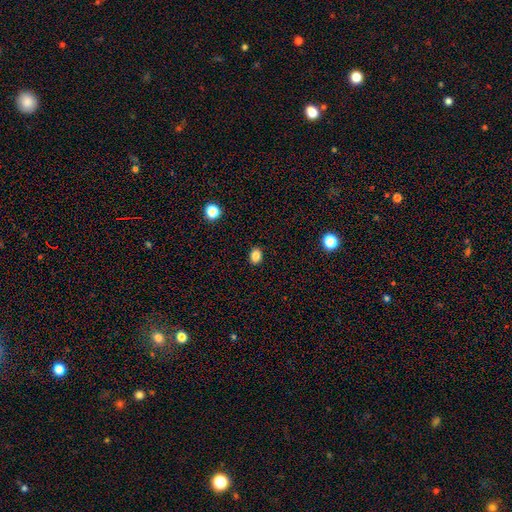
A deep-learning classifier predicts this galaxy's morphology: Q: Smooth or featured?
A: smooth (84%); runner-up: star or artifact (11%)
Q: How rounded?
A: in between (53%); runner-up: round (46%)
Q: Merging?
A: none (90%); runner-up: minor disturbance (7%)